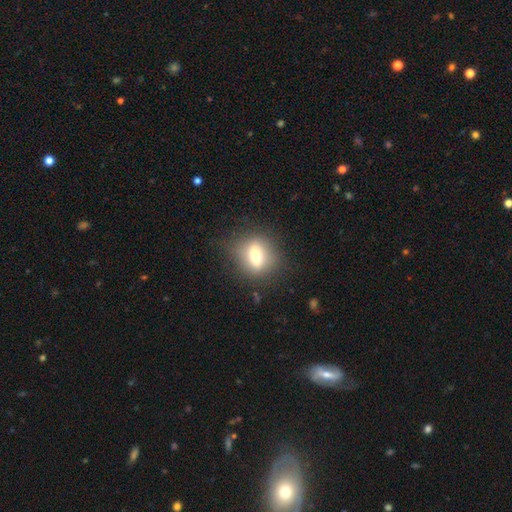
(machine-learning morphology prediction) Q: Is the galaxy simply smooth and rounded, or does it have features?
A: smooth — 63%.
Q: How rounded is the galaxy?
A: in between — 50%.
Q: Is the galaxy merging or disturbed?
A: none — 79%.